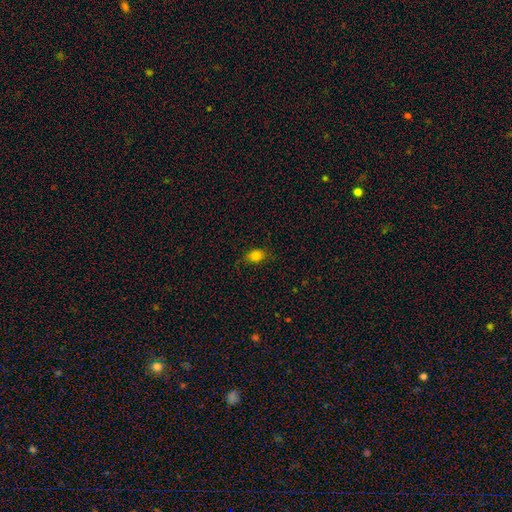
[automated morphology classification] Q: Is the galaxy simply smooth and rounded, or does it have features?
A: smooth — 82%.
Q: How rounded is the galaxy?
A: in between — 71%.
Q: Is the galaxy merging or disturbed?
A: none — 77%.